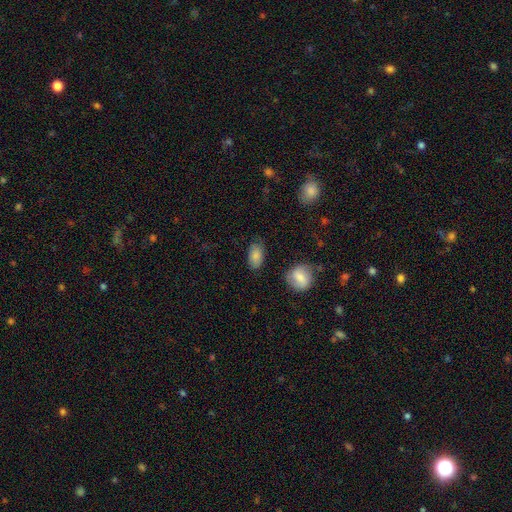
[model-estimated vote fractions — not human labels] smooth 84%, featured or disk 9%, star or artifact 7%. Down the decision tree: how rounded — in between (92%); merging — none (77%).